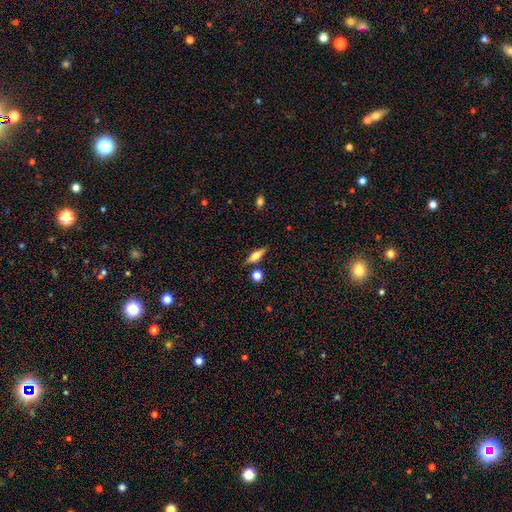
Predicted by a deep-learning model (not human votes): Morphology: type=smooth (54%); roundness=cigar-shaped (52%); merging=none (80%).